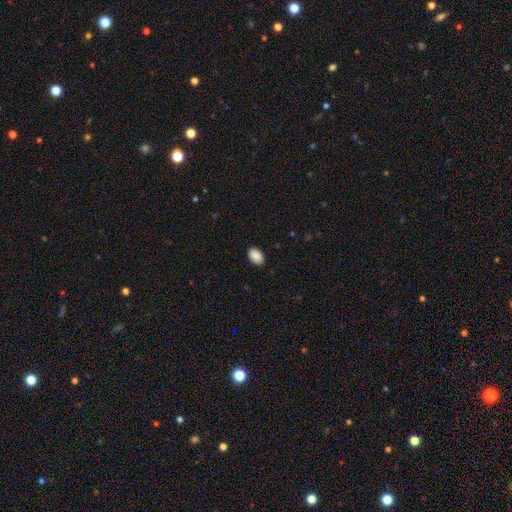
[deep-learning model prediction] Smooth or featured? Predicted: smooth (p=0.90). How rounded? Predicted: in between (p=0.87). Merging? Predicted: none (p=0.87).